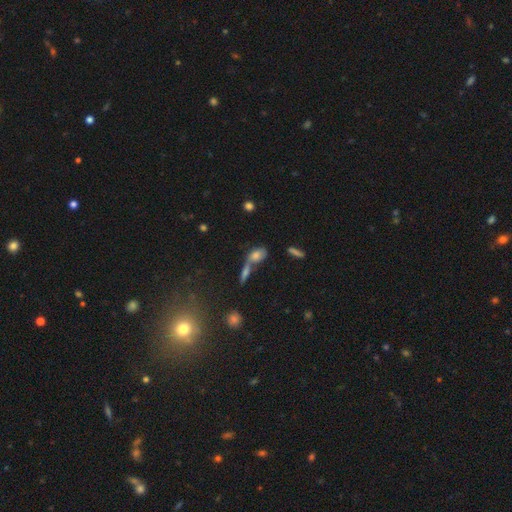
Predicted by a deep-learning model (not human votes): Overall: smooth (62%; featured or disk 23%). How rounded: in between (75%). Merging: merger (52%; none 31%).